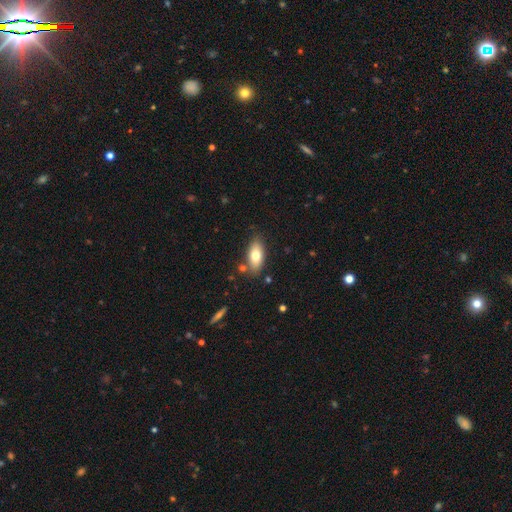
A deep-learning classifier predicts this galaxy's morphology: Smooth or featured? Predicted: smooth (p=0.74). How rounded? Predicted: in between (p=0.86). Merging? Predicted: none (p=0.80).